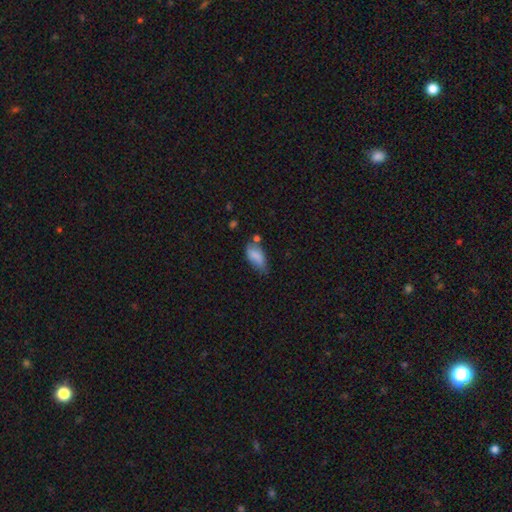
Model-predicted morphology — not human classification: smooth 82%, featured or disk 11%, star or artifact 8%. Down the decision tree: how rounded — in between (88%); merging — none (45%).